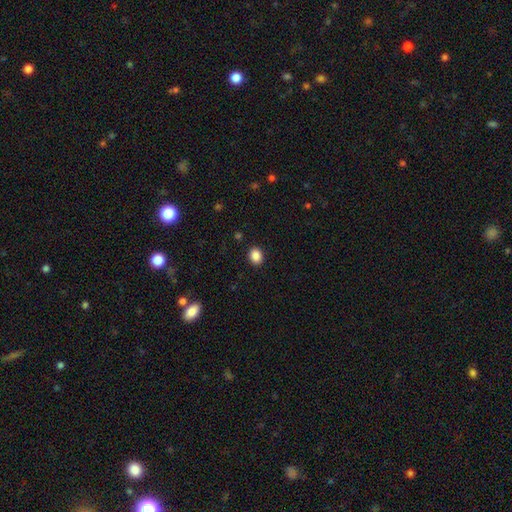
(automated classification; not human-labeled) Smooth or featured: smooth — 88% (star or artifact — 9%)
How rounded: round — 50% (in between — 49%)
Merging: none — 91% (minor disturbance — 6%)